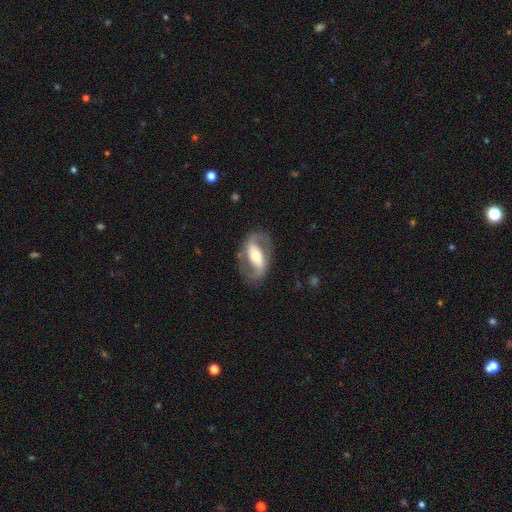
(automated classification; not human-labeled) featured or disk 80%, smooth 15%, star or artifact 5%. Down the decision tree: edge-on disk — no (94%); bar — strong (49%); spiral arms — yes (87%); spiral arm count — 2 (90%); spiral winding — medium (45%); bulge size — moderate (60%); merging — none (78%).